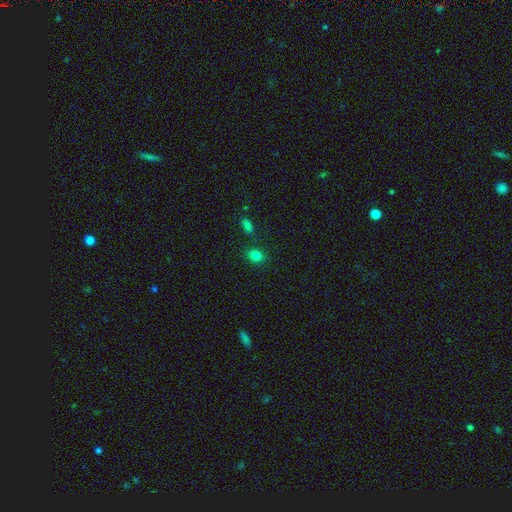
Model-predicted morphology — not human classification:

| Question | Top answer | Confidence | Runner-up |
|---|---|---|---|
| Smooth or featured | smooth | 81% | star or artifact (14%) |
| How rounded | in between | 53% | round (45%) |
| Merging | none | 80% | minor disturbance (12%) |